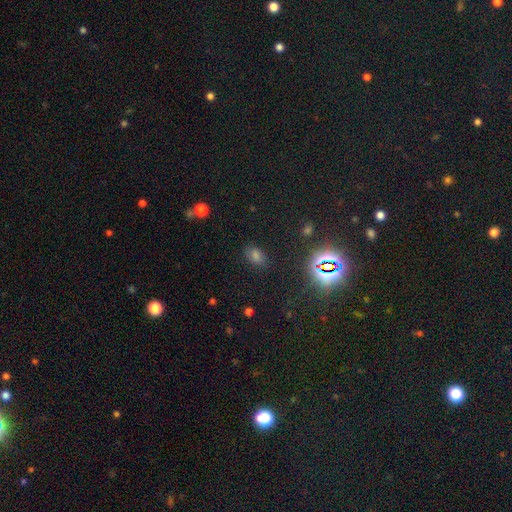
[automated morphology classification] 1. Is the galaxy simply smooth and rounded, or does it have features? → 57% smooth, 35% star or artifact, 8% featured or disk.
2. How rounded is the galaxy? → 78% in between, 20% round, 2% cigar-shaped.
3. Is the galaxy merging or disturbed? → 81% none, 12% minor disturbance, 4% major disturbance, 2% merger.